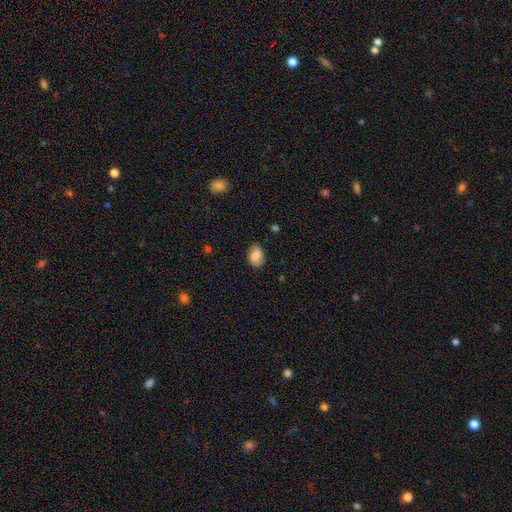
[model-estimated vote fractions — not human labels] smooth_or_featured: smooth (p=0.83) [alt: featured or disk p=0.09]
how_rounded: in between (p=0.80) [alt: round p=0.18]
merging: none (p=0.81) [alt: minor disturbance p=0.15]